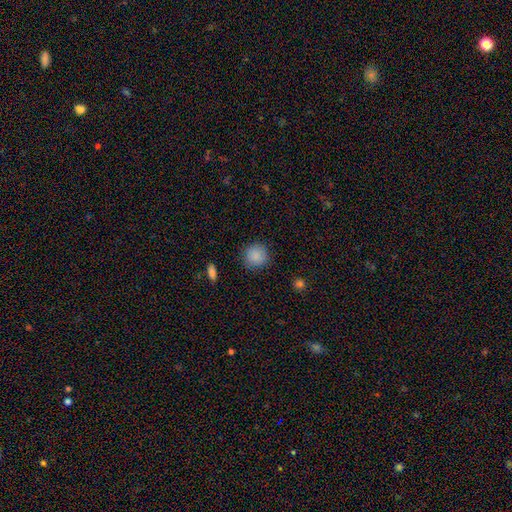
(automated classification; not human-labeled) Smooth or featured: smooth — 88% (star or artifact — 8%)
How rounded: round — 92% (in between — 7%)
Merging: none — 88% (minor disturbance — 9%)